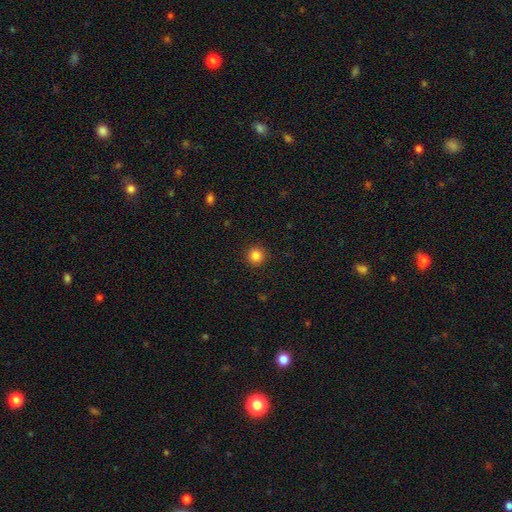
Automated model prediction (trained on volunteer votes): This appears to be a smooth galaxy with no disk features (85%) that is round (95%). Merging: none (92%).